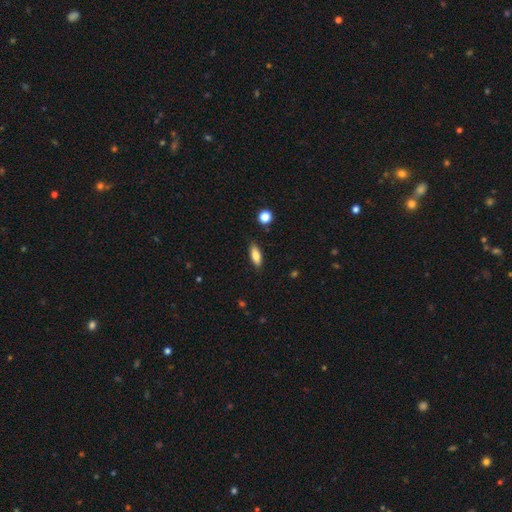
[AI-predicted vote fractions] smooth_or_featured: smooth (p=0.79) [alt: featured or disk p=0.13]
how_rounded: in between (p=0.69) [alt: cigar-shaped p=0.28]
merging: none (p=0.86) [alt: minor disturbance p=0.10]